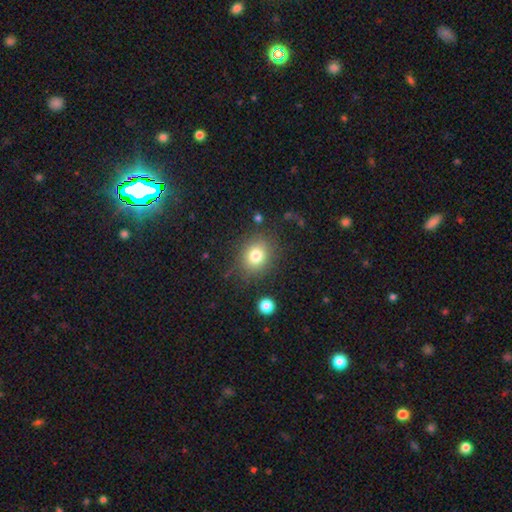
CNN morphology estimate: This appears to be a smooth galaxy with no disk features (79%) that is round (66%). Merging: none (80%).